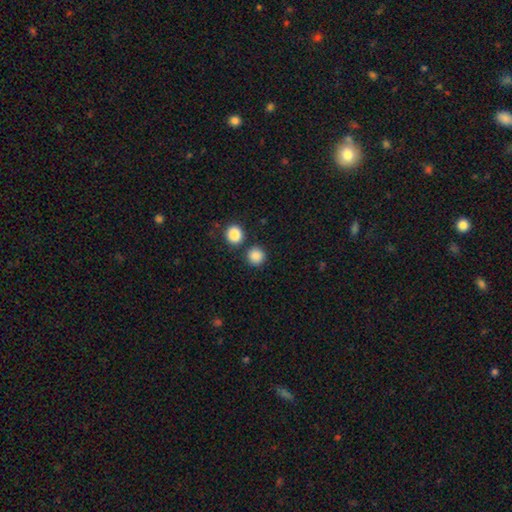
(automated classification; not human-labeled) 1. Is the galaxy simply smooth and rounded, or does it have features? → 87% smooth, 10% star or artifact, 3% featured or disk.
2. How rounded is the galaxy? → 92% round, 7% in between, 1% cigar-shaped.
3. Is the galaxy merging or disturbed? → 80% none, 10% merger, 7% minor disturbance, 3% major disturbance.